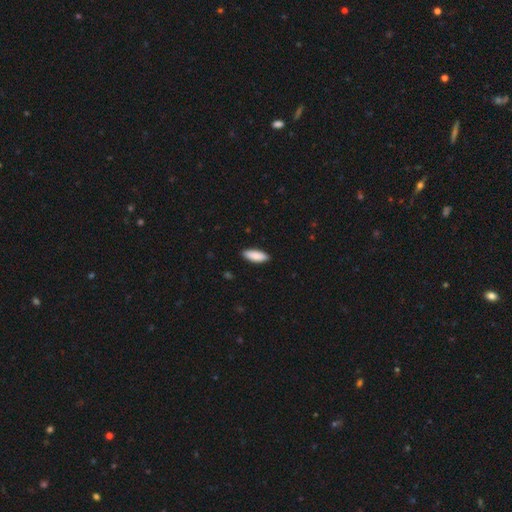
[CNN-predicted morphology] Q: Smooth or featured?
A: smooth (88%); runner-up: featured or disk (6%)
Q: How rounded?
A: in between (69%); runner-up: cigar-shaped (29%)
Q: Merging?
A: none (90%); runner-up: minor disturbance (8%)